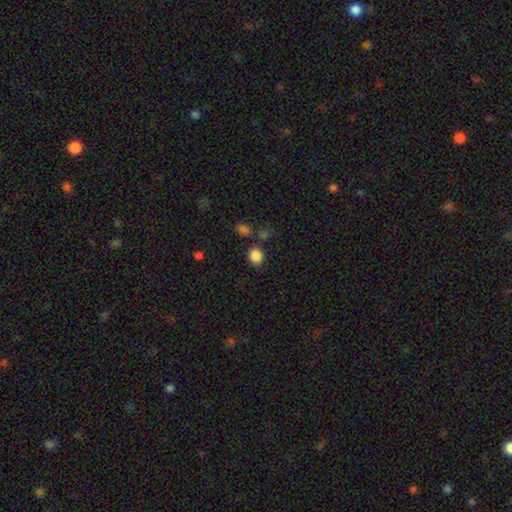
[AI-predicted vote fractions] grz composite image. It shows a smooth galaxy with no disk features (86%) that is round (70%). Merging: none (76%).